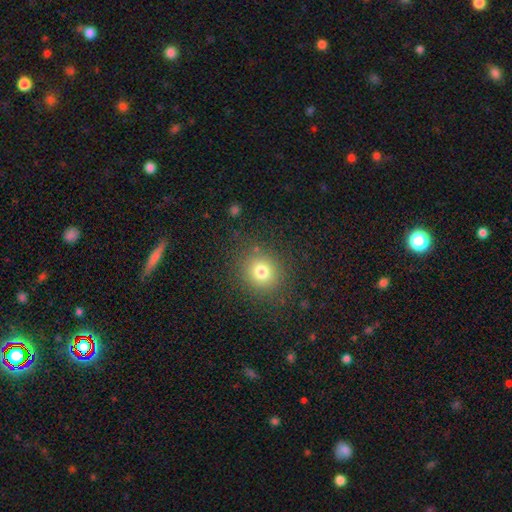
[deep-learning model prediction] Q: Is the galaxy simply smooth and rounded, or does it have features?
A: smooth — 76%.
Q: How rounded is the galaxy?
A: round — 86%.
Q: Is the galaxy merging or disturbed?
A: none — 89%.